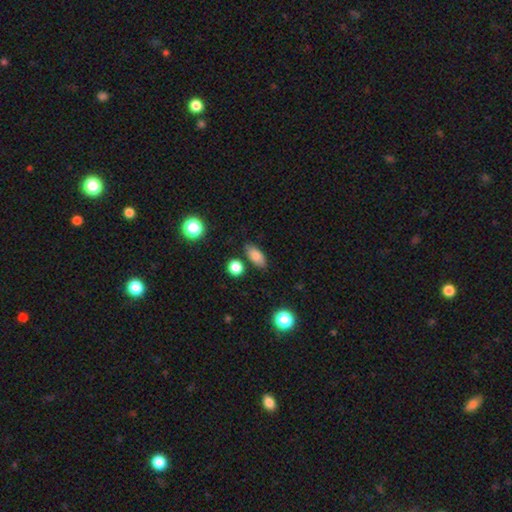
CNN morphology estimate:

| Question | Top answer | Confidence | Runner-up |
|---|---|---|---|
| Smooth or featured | smooth | 80% | featured or disk (11%) |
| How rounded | in between | 81% | cigar-shaped (12%) |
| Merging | none | 82% | minor disturbance (11%) |